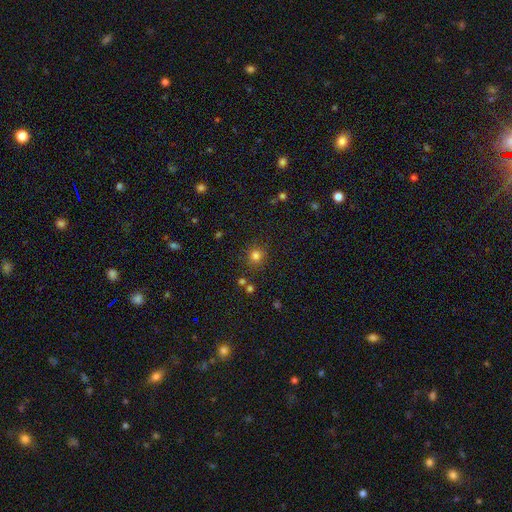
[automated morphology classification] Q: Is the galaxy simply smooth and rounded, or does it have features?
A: smooth — 79%.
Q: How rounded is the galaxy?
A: round — 87%.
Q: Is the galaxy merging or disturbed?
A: none — 83%.